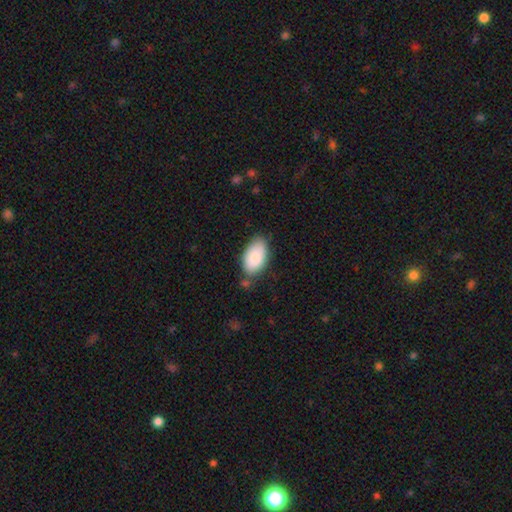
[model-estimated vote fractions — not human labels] A smooth galaxy with no disk features (85%) that is in between round and cigar-shaped (95%). Merging: none (67%).